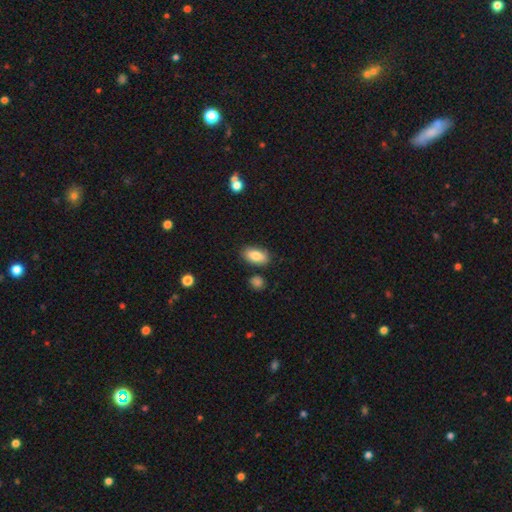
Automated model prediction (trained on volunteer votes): This is clearly a smooth galaxy (84%). How rounded: clearly in between (91%). Merging: clearly none (82%).